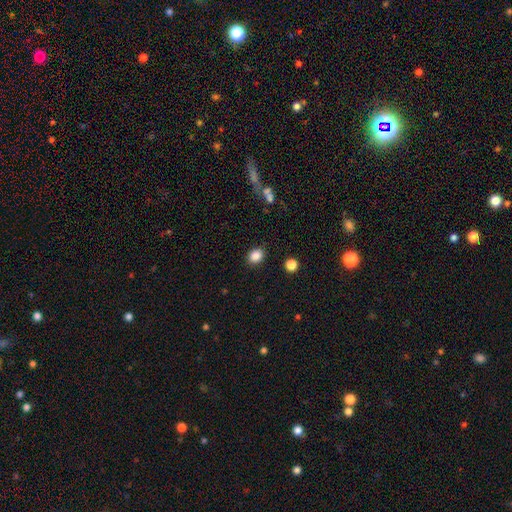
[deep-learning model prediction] A smooth galaxy with no disk features (86%) that is in between round and cigar-shaped (50%).

Vote fractions:
- Smooth or featured? smooth: 86% / star or artifact: 10% / featured or disk: 4%
- How rounded? in between: 50% / round: 49% / cigar-shaped: 1%
- Merging? none: 87% / minor disturbance: 9% / major disturbance: 3% / merger: 2%